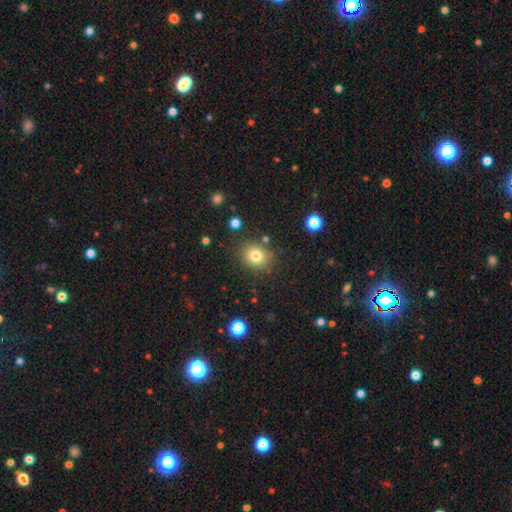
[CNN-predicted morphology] Smooth or featured? Predicted: smooth (p=0.79). How rounded? Predicted: round (p=0.68). Merging? Predicted: none (p=0.83).